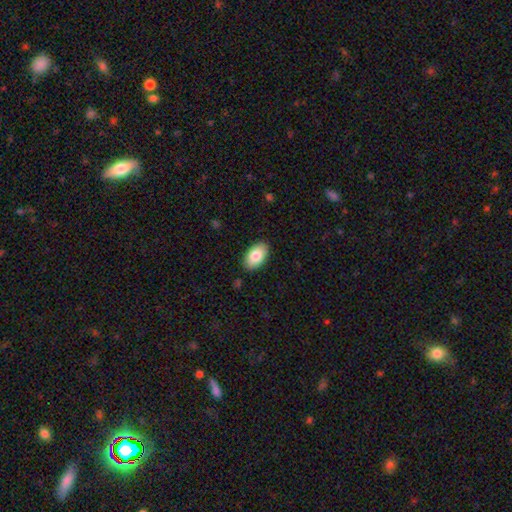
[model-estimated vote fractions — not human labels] Smooth or featured?
  - smooth: 83% *
  - featured or disk: 11%
  - star or artifact: 6%
How rounded?
  - in between: 95% *
  - round: 4%
  - cigar-shaped: 1%
Merging?
  - none: 87% *
  - minor disturbance: 10%
  - major disturbance: 2%
  - merger: 1%